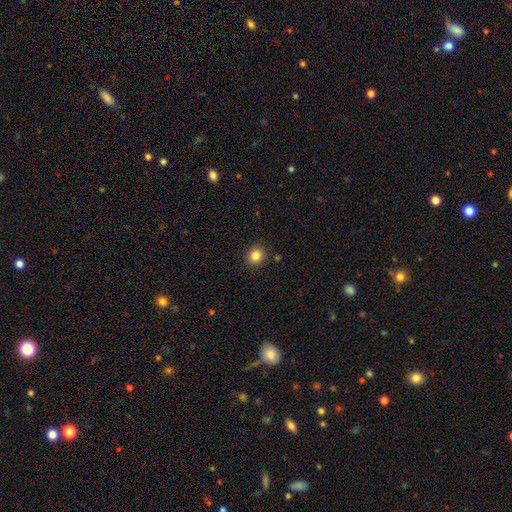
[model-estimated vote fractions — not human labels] This is clearly a smooth galaxy (85%). How rounded: clearly round (85%). Merging: clearly none (89%).